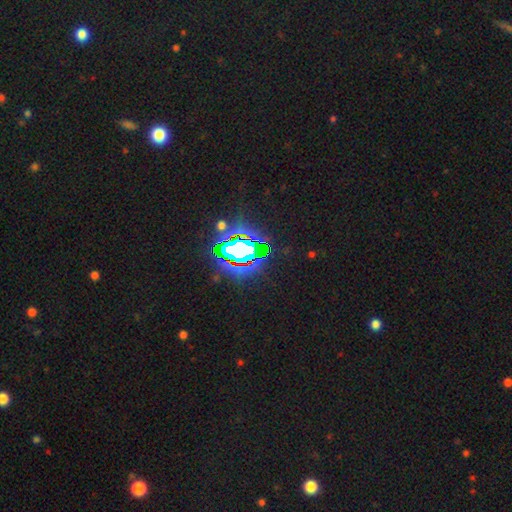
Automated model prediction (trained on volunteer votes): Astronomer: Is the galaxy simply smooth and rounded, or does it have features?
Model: star or artifact — 81%.